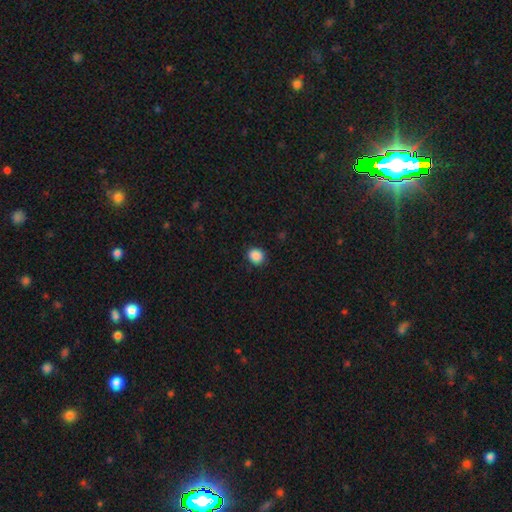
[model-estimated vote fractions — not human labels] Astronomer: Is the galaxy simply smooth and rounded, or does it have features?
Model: smooth — 89%.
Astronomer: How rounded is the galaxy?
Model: round — 78%.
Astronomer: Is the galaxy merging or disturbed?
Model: none — 89%.